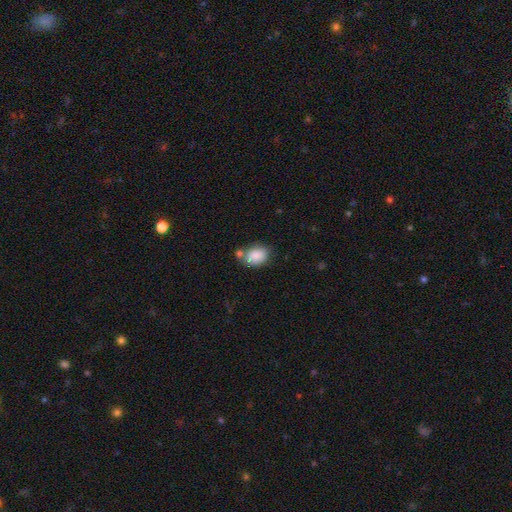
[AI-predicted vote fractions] Smooth or featured? smooth (85%)
How rounded? in between (70%)
Merging? none (58%)